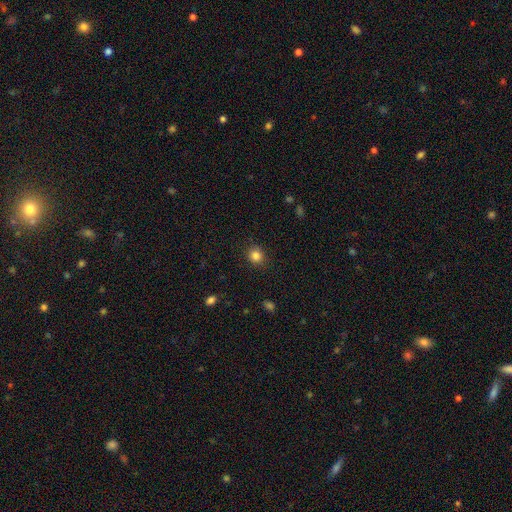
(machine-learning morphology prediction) type=smooth (84%); roundness=round (85%); merging=none (89%).